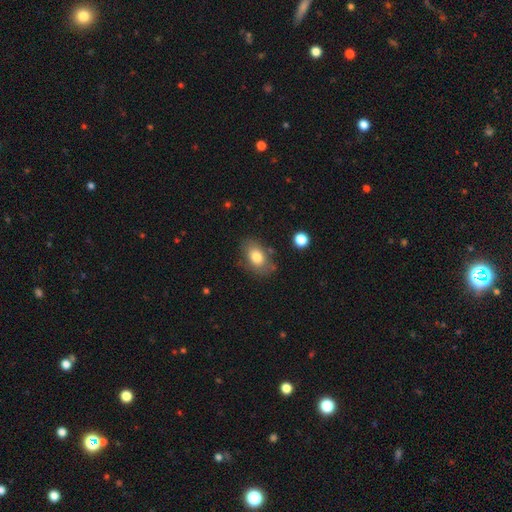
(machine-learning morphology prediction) Smooth or featured? Predicted: smooth (p=0.76). How rounded? Predicted: in between (p=0.85). Merging? Predicted: none (p=0.71).